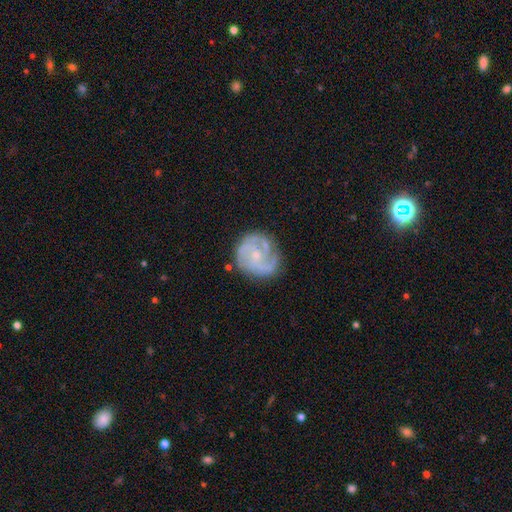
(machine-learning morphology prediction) Smooth or featured: featured or disk — 80% (smooth — 14%)
Edge-on disk: no — 98% (yes — 2%)
Bar: no — 68% (weak — 28%)
Spiral arms: yes — 93% (no — 7%)
Spiral winding: tight — 52% (medium — 38%)
Spiral arm count: 3 — 38% (can't tell — 22%)
Bulge size: small — 72% (moderate — 19%)
Merging: none — 73% (minor disturbance — 18%)